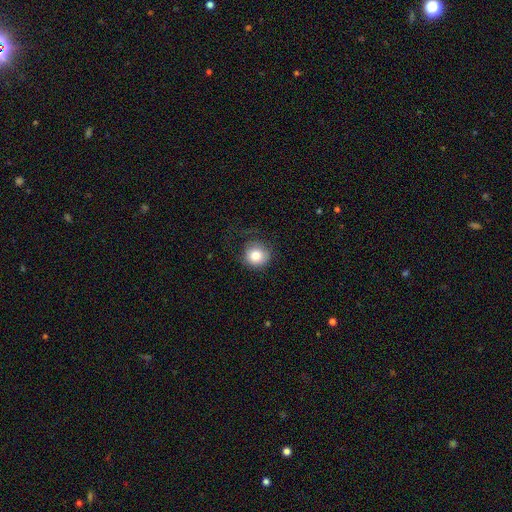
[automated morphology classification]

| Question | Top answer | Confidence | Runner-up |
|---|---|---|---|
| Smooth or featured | smooth | 79% | featured or disk (11%) |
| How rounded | round | 92% | in between (7%) |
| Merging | none | 68% | minor disturbance (18%) |